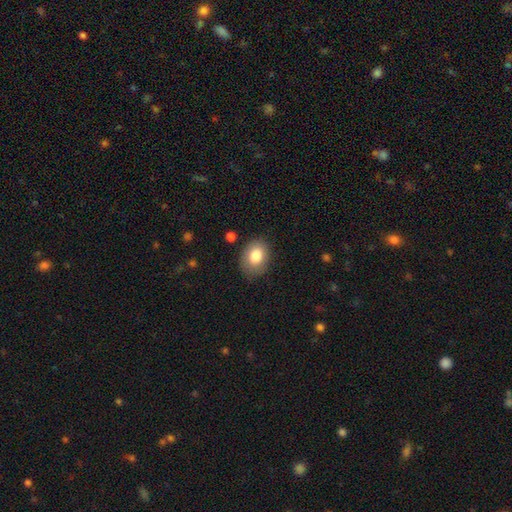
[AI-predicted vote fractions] This is clearly a smooth galaxy (82%). How rounded: likely in between (66%). Merging: likely none (79%).